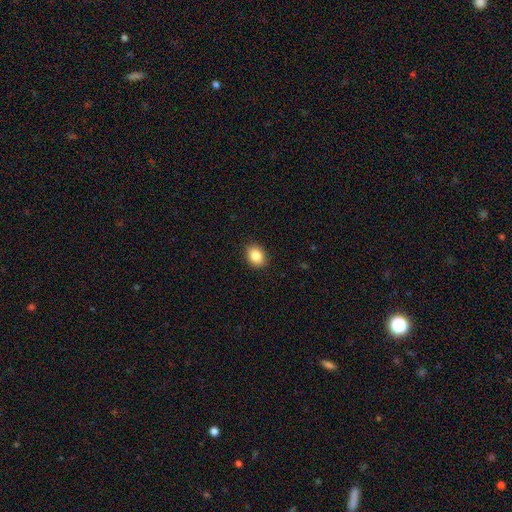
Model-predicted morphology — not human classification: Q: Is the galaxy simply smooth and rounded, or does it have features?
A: smooth — 85%.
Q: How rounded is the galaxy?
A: in between — 62%.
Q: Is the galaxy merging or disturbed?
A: none — 90%.